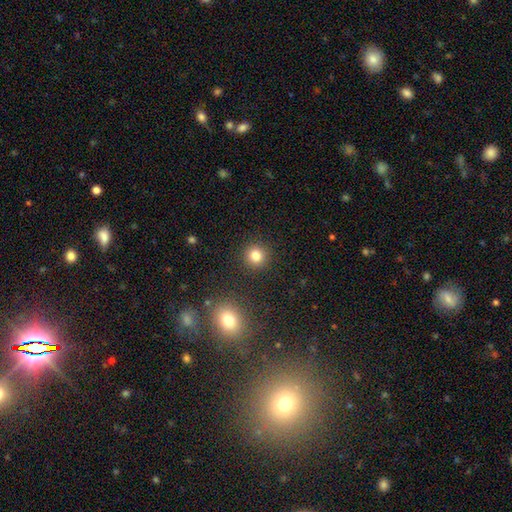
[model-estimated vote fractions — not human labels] Smooth or featured?
  - smooth: 81% *
  - star or artifact: 13%
  - featured or disk: 6%
How rounded?
  - round: 92% *
  - in between: 7%
  - cigar-shaped: 1%
Merging?
  - none: 90% *
  - minor disturbance: 6%
  - major disturbance: 3%
  - merger: 2%